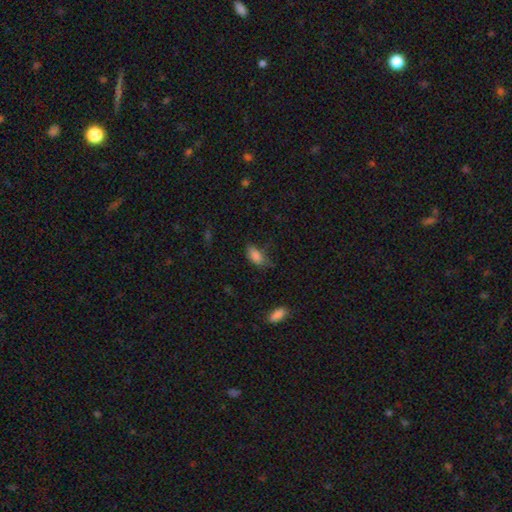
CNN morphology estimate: Q: Smooth or featured?
A: smooth (83%); runner-up: star or artifact (10%)
Q: How rounded?
A: in between (89%); runner-up: cigar-shaped (6%)
Q: Merging?
A: none (47%); runner-up: minor disturbance (35%)